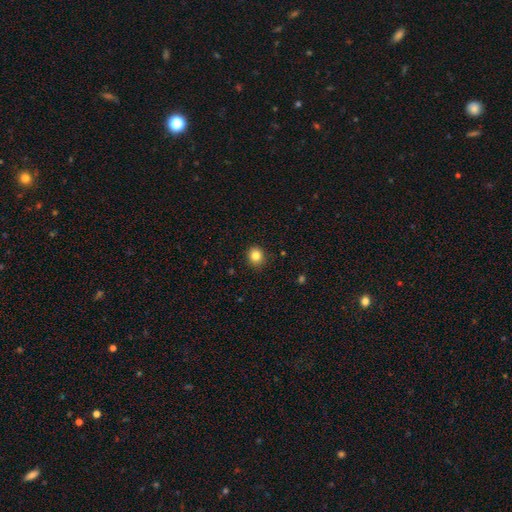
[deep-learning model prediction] A smooth galaxy with no disk features (84%) that is round (82%).

Vote fractions:
- Smooth or featured? smooth: 84% / star or artifact: 11% / featured or disk: 5%
- How rounded? round: 82% / in between: 17% / cigar-shaped: 1%
- Merging? none: 90% / minor disturbance: 7% / major disturbance: 2% / merger: 1%